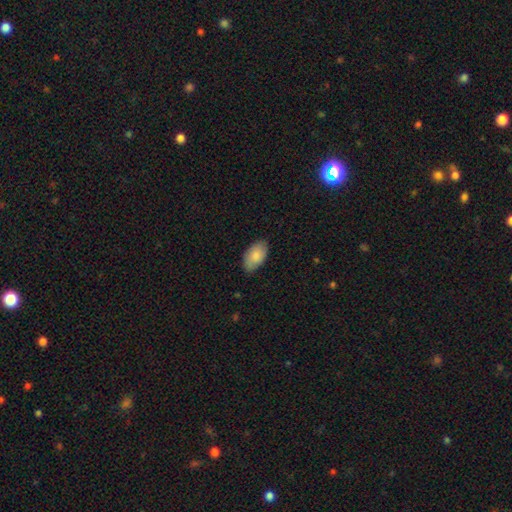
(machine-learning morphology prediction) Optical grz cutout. It shows a smooth galaxy with no disk features (84%) that is in between round and cigar-shaped (95%). Merging: none (78%).